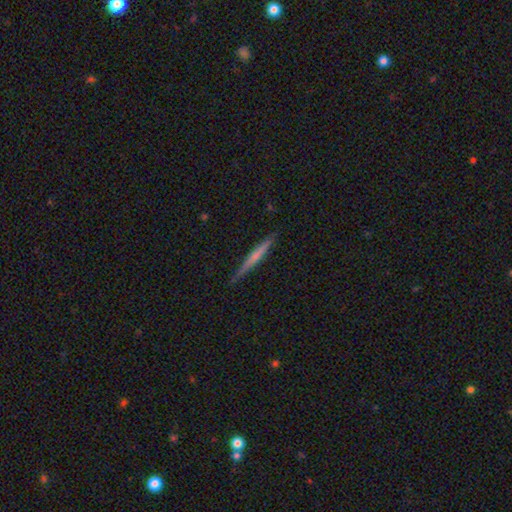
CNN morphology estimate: This is possibly a smooth galaxy (51%). How rounded: clearly cigar-shaped (96%). Merging: clearly none (86%).